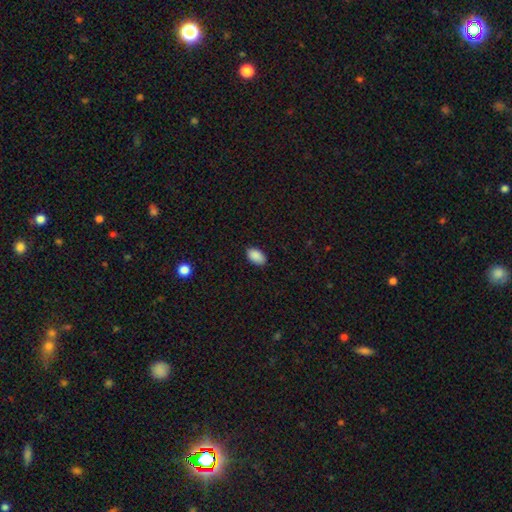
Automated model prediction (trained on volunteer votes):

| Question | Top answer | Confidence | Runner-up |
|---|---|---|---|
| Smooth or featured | smooth | 90% | star or artifact (7%) |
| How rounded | in between | 94% | round (5%) |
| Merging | none | 87% | minor disturbance (10%) |